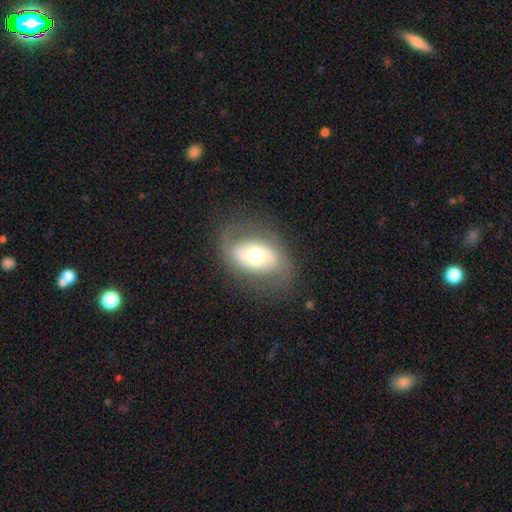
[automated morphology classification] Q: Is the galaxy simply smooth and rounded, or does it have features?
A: featured or disk — 53%.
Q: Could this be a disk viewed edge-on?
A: no — 93%.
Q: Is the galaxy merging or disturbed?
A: none — 74%.